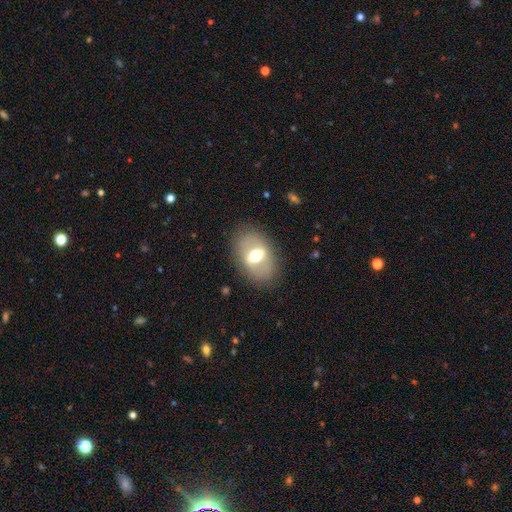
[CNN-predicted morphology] featured or disk 53%, smooth 39%, star or artifact 8%. Down the decision tree: edge-on disk — no (81%); merging — none (81%).